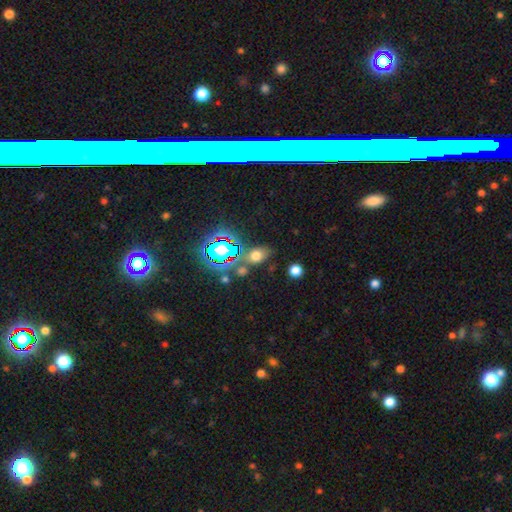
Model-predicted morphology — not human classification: smooth-or-featured: smooth: 57% | star or artifact: 31% | featured or disk: 12%
  how-rounded: in between: 76% | round: 21% | cigar-shaped: 3%
  merging: none: 69% | minor disturbance: 15% | merger: 10% | major disturbance: 6%